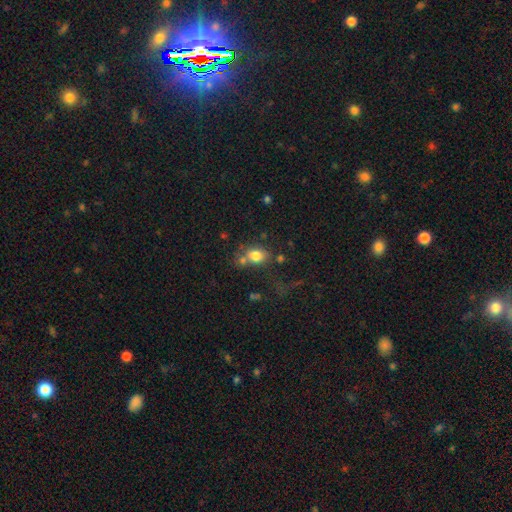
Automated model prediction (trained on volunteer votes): smooth-or-featured: smooth: 79% | star or artifact: 11% | featured or disk: 10%
  how-rounded: in between: 58% | round: 41% | cigar-shaped: 2%
  merging: none: 53% | merger: 23% | minor disturbance: 16% | major disturbance: 9%